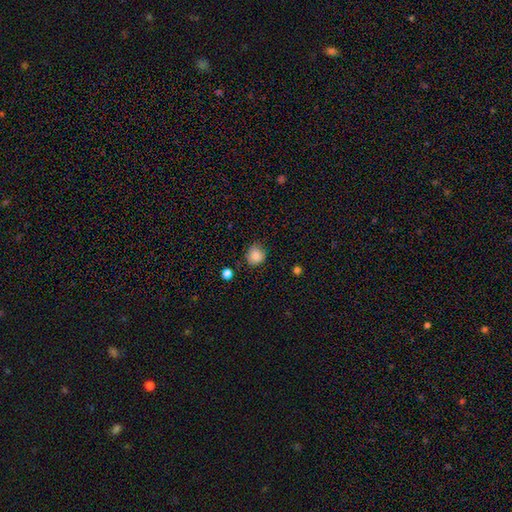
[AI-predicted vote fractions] This is clearly a smooth galaxy (85%). How rounded: clearly round (83%). Merging: likely none (76%).